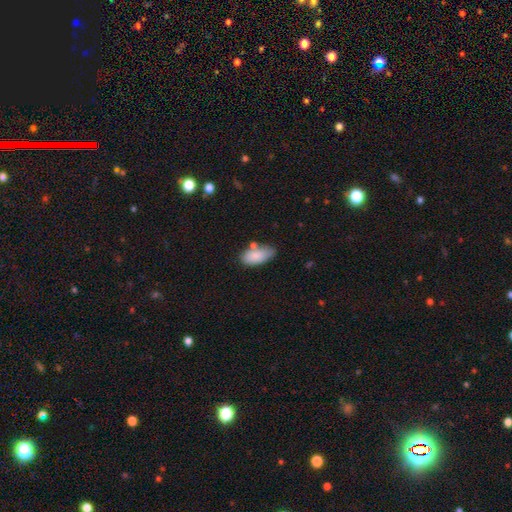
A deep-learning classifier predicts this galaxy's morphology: smooth-or-featured: smooth: 85% | featured or disk: 9% | star or artifact: 7%
  how-rounded: in between: 91% | cigar-shaped: 7% | round: 3%
  merging: none: 60% | minor disturbance: 23% | merger: 12% | major disturbance: 5%